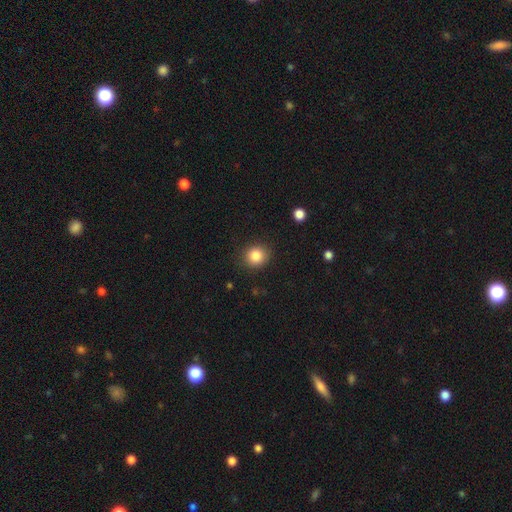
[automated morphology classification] Smooth or featured: smooth — 84% (star or artifact — 10%)
How rounded: round — 86% (in between — 13%)
Merging: none — 89% (minor disturbance — 8%)